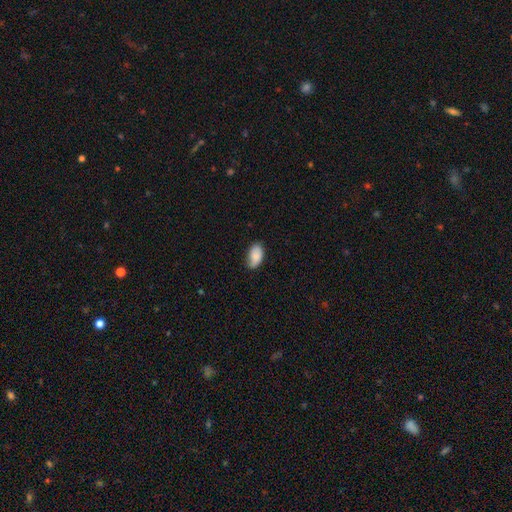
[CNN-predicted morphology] smooth 82%, featured or disk 11%, star or artifact 7%. Down the decision tree: how rounded — in between (93%); merging — none (71%).